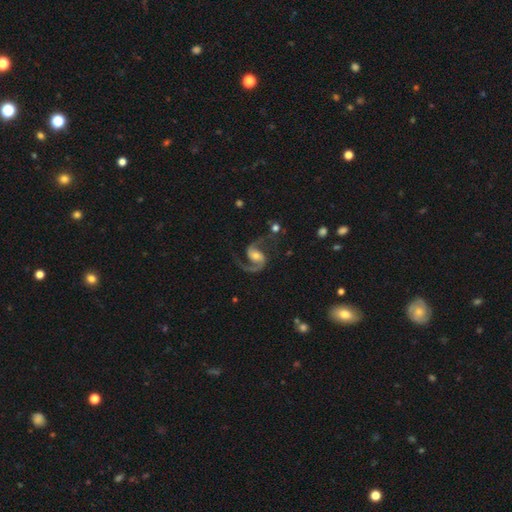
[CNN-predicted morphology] featured or disk 92%, star or artifact 4%, smooth 3%. Down the decision tree: edge-on disk — no (98%); bar — weak (39%, tied with no); spiral arms — yes (98%); spiral arm count — 2 (92%); spiral winding — medium (56%); bulge size — moderate (53%); merging — none (72%).